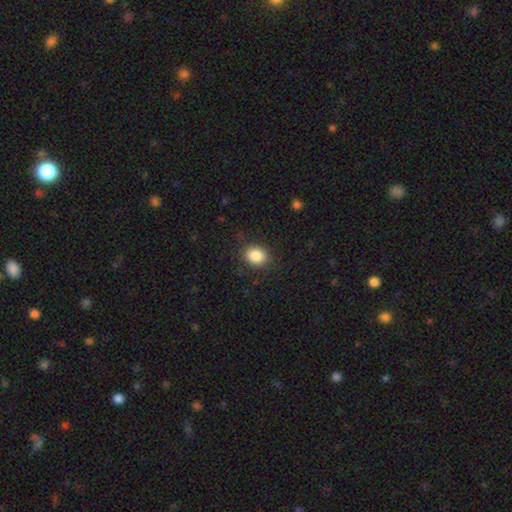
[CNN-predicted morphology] Smooth or featured?
  - smooth: 87% *
  - star or artifact: 9%
  - featured or disk: 4%
How rounded?
  - round: 51% *
  - in between: 48%
  - cigar-shaped: 1%
Merging?
  - none: 86% *
  - minor disturbance: 10%
  - major disturbance: 3%
  - merger: 1%